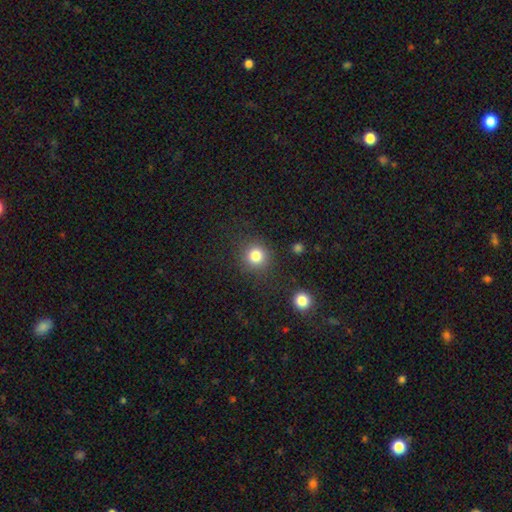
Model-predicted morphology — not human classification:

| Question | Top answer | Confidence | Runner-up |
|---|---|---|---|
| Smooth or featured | smooth | 83% | star or artifact (12%) |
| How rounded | round | 92% | in between (7%) |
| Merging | none | 85% | minor disturbance (8%) |